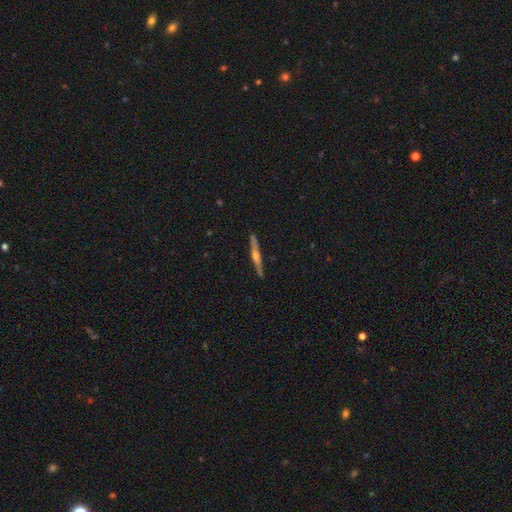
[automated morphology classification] This appears to be a featured or disk galaxy (76%) viewed edge-on (98%) with a rounded central bulge (84%). Merging: none (91%).